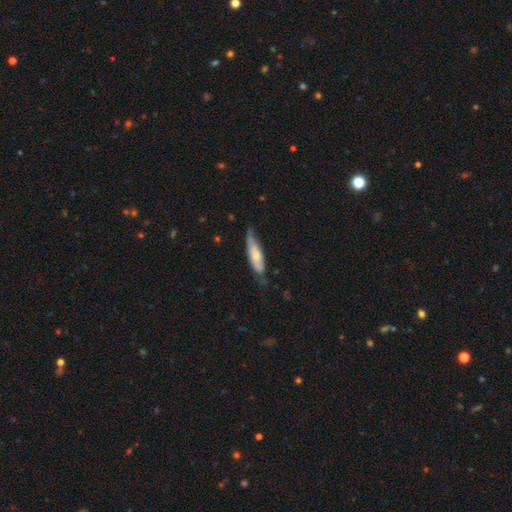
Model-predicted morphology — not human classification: This is possibly a smooth galaxy (57%). How rounded: possibly cigar-shaped (59%). Merging: possibly none (56%).